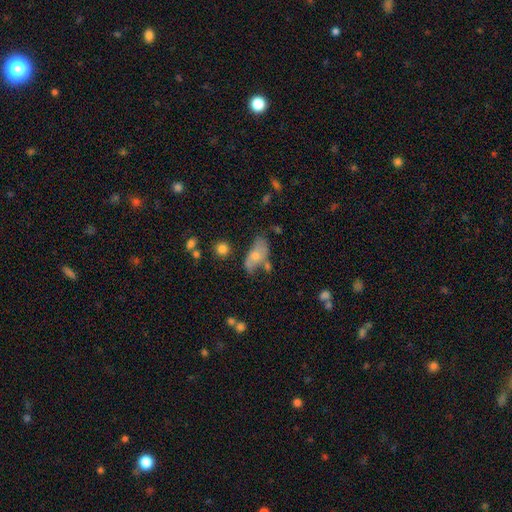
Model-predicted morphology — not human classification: Overall: smooth (54%; featured or disk 38%). How rounded: in between (86%). Merging: none (41%; minor disturbance 29%).